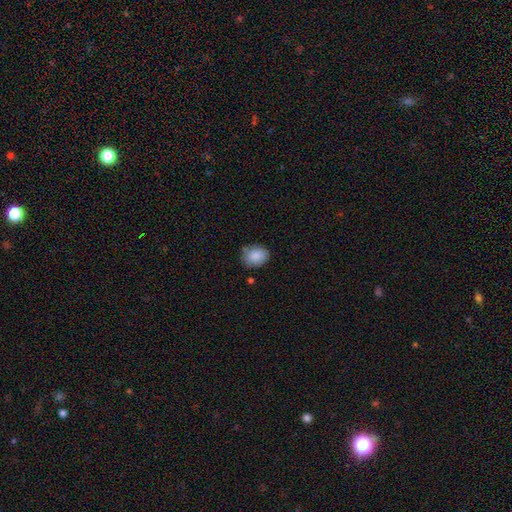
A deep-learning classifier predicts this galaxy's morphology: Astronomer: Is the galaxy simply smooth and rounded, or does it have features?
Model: smooth — 87%.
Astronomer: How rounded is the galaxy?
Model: in between — 53% (runner-up: round, 46%).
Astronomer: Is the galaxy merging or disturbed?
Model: none — 69%.